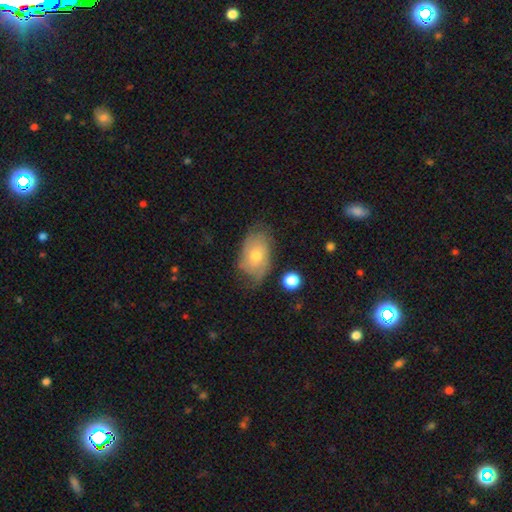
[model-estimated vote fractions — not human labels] Morphology: type=smooth (46%, tied with featured or disk); merging=none (61%).